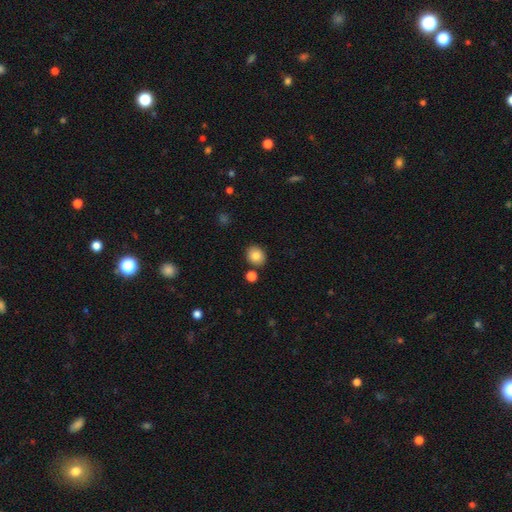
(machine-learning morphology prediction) Q: Smooth or featured?
A: smooth (83%); runner-up: star or artifact (10%)
Q: How rounded?
A: round (72%); runner-up: in between (27%)
Q: Merging?
A: none (83%); runner-up: minor disturbance (9%)